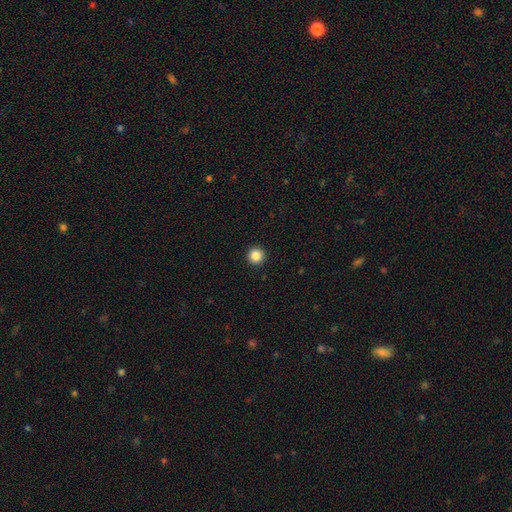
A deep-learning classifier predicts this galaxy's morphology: smooth-or-featured: smooth: 87% | star or artifact: 10% | featured or disk: 3%
  how-rounded: round: 97% | in between: 3% | cigar-shaped: 1%
  merging: none: 94% | minor disturbance: 4% | major disturbance: 1% | merger: 1%